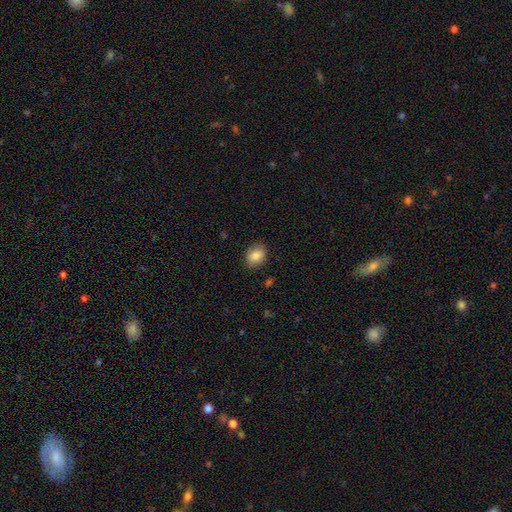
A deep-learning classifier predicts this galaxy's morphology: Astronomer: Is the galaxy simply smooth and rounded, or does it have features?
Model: smooth — 84%.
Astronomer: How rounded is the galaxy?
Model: in between — 55% (runner-up: round, 44%).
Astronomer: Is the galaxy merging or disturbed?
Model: none — 86%.